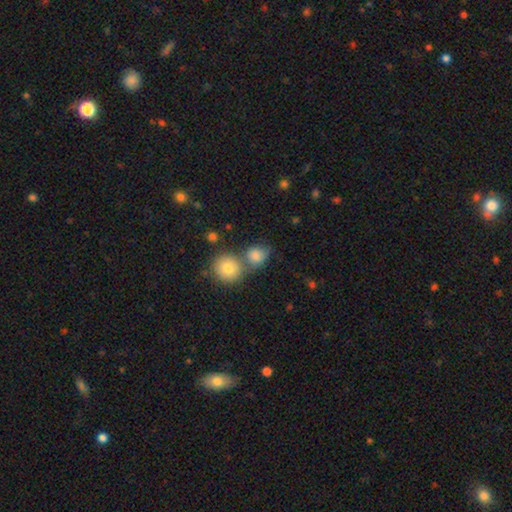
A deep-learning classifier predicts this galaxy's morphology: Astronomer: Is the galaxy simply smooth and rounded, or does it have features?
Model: smooth — 82%.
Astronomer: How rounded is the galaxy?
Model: round — 67%.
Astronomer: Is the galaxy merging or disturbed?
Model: none — 45% (runner-up: merger, 36%).